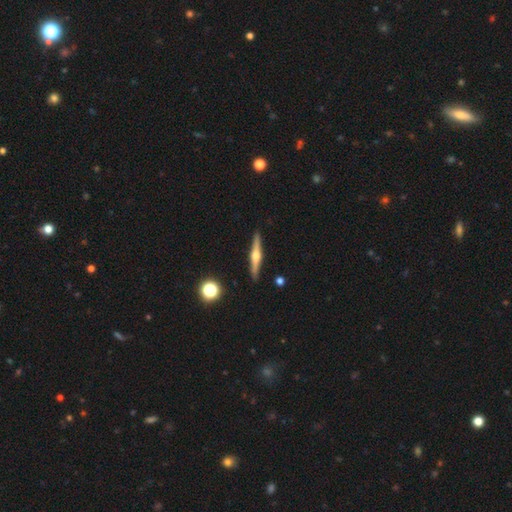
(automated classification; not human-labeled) This appears to be a featured or disk galaxy (76%) viewed edge-on (98%) with a rounded central bulge (94%). Merging: none (91%).